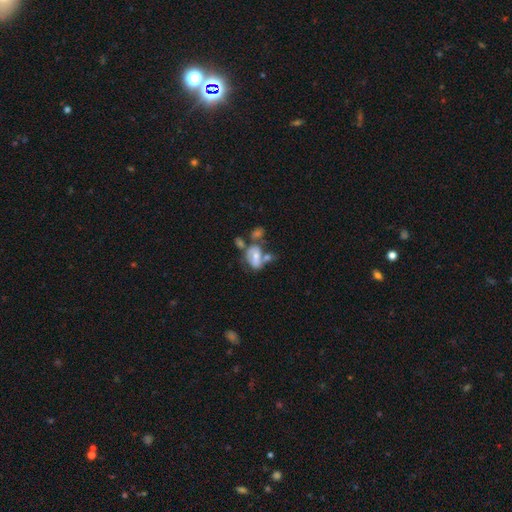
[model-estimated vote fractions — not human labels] smooth_or_featured: featured or disk (p=0.47) [alt: smooth p=0.44]
merging: merger (p=0.42) [alt: none p=0.25]